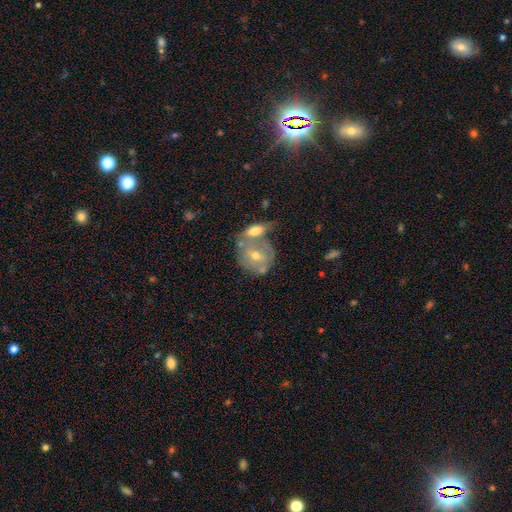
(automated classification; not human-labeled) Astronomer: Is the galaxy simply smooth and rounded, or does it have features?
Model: featured or disk — 53% (runner-up: smooth, 40%).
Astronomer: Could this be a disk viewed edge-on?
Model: no — 92%.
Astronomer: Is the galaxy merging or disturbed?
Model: merger — 51% (runner-up: none, 32%).